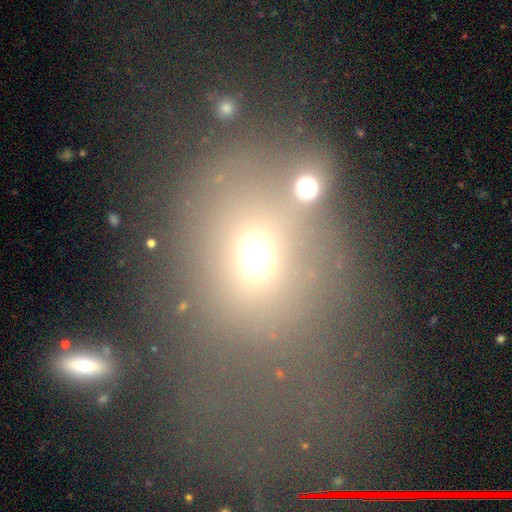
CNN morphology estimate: A smooth galaxy with no disk features (62%) that is round (56%). Merging: none (44%).